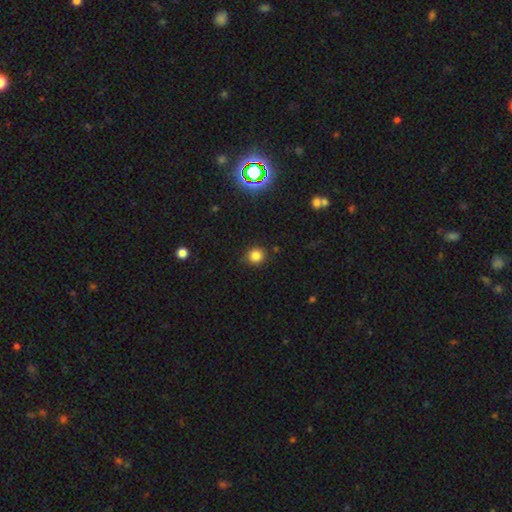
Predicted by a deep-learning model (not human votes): Smooth or featured?
  - smooth: 82% *
  - star or artifact: 14%
  - featured or disk: 5%
How rounded?
  - round: 90% *
  - in between: 9%
  - cigar-shaped: 1%
Merging?
  - none: 88% *
  - minor disturbance: 8%
  - major disturbance: 2%
  - merger: 2%